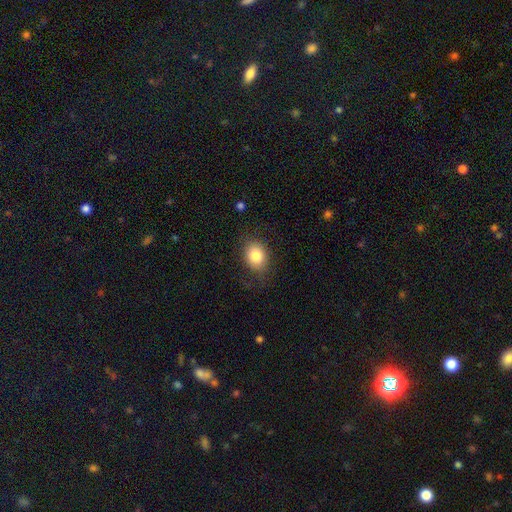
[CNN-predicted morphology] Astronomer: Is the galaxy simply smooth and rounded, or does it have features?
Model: smooth — 83%.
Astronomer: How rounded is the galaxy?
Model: in between — 54% (runner-up: round, 46%).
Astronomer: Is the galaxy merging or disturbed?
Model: none — 78%.